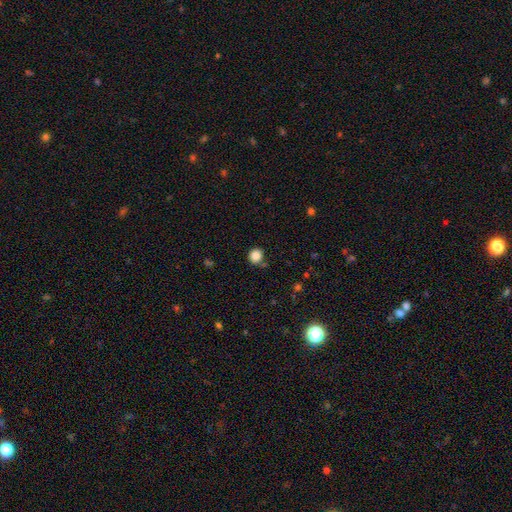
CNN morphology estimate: Q: Smooth or featured?
A: smooth (86%); runner-up: star or artifact (11%)
Q: How rounded?
A: round (85%); runner-up: in between (14%)
Q: Merging?
A: none (81%); runner-up: minor disturbance (11%)